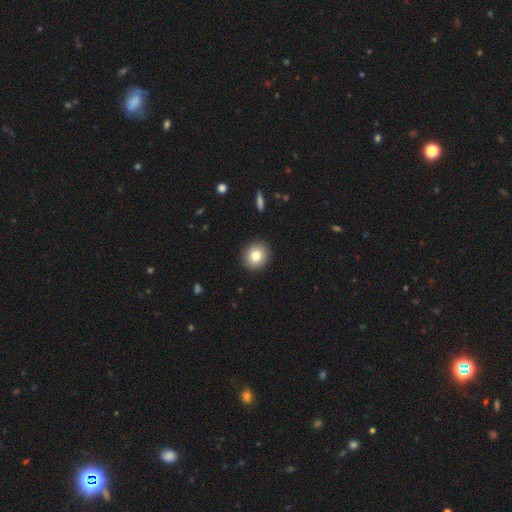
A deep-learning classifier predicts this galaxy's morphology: A smooth galaxy with no disk features (79%) that is round (85%). Merging: none (92%).